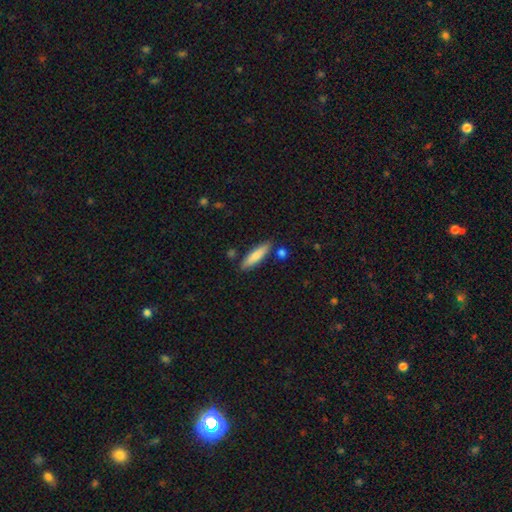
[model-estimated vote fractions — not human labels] The model was most divided on "how rounded": cigar-shaped: 78%, in between: 21%, round: 2%. More confident: merging — none (83%); smooth or featured — smooth (79%).